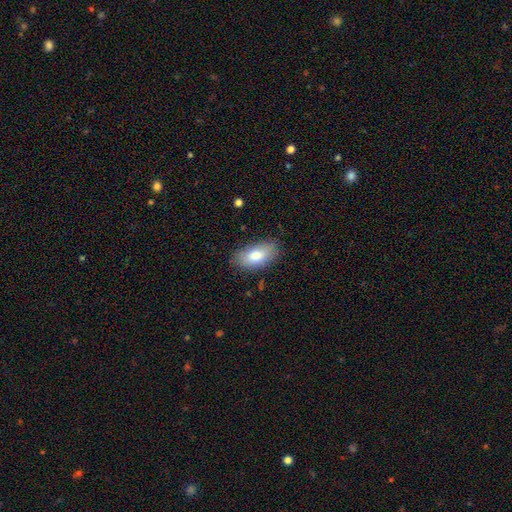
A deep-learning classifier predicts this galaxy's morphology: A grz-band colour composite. It shows a smooth galaxy with no disk features (80%) that is in between round and cigar-shaped (92%). Merging: none (82%).